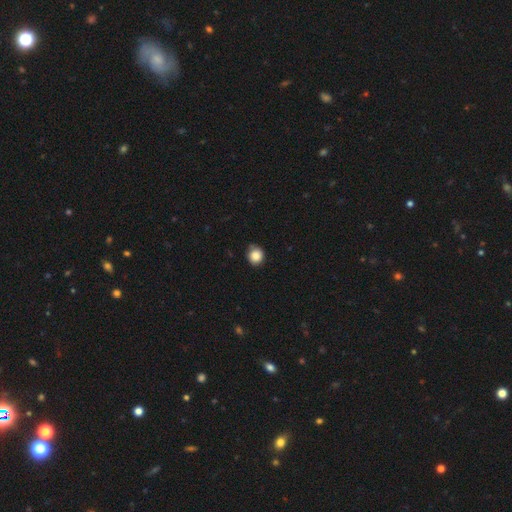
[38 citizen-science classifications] Smooth or featured? smooth (87%)
How rounded? round (91%)
Merging? none (74%)